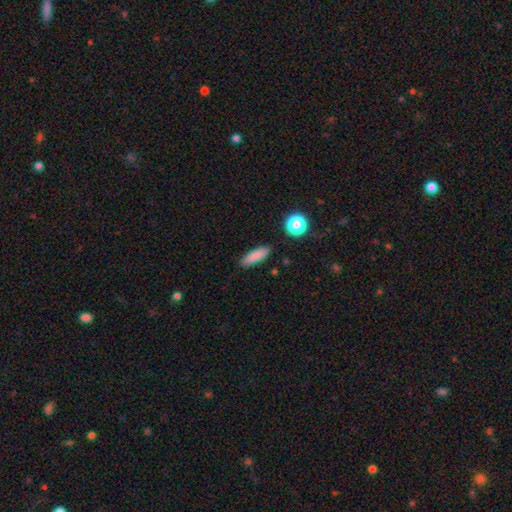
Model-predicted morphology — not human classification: Smooth or featured?
  - smooth: 83% *
  - star or artifact: 9%
  - featured or disk: 8%
How rounded?
  - in between: 49% *
  - cigar-shaped: 47%
  - round: 4%
Merging?
  - none: 87% *
  - minor disturbance: 9%
  - major disturbance: 2%
  - merger: 2%